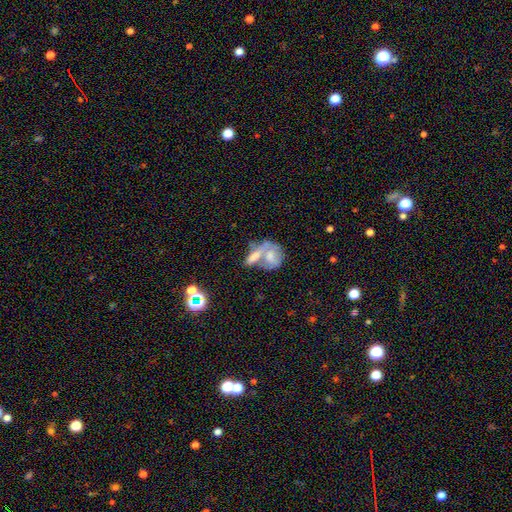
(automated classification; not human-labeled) This is possibly a smooth galaxy (47%). Merging: possibly merger (57%).